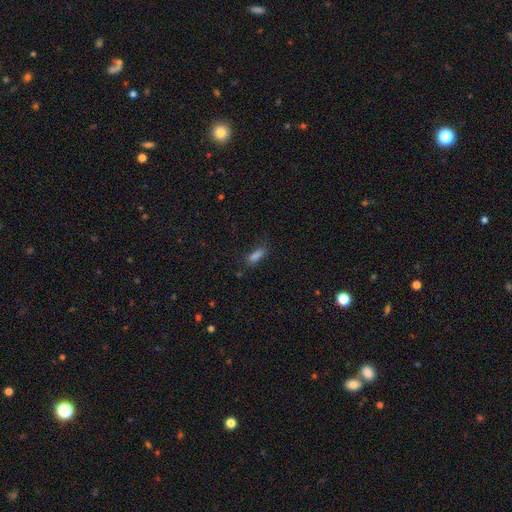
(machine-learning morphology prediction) Smooth or featured: smooth — 78% (star or artifact — 15%)
How rounded: in between — 53% (cigar-shaped — 44%)
Merging: none — 71% (minor disturbance — 19%)